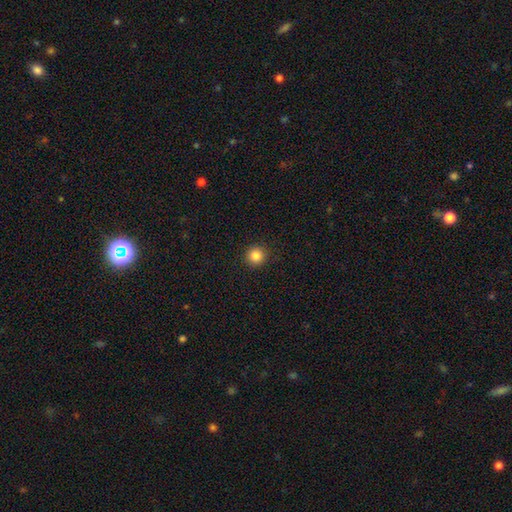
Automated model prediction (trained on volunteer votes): Smooth or featured? Predicted: smooth (p=0.84). How rounded? Predicted: round (p=0.95). Merging? Predicted: none (p=0.92).